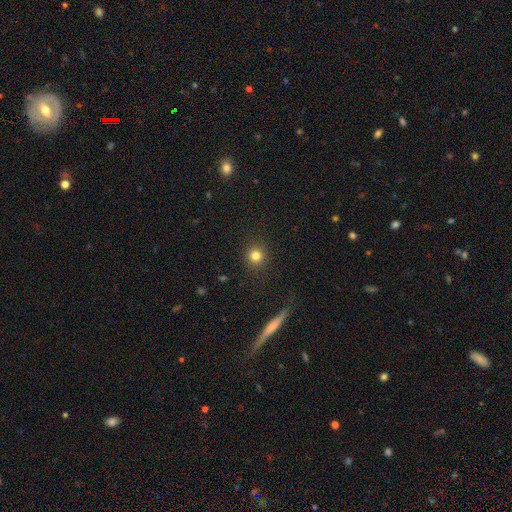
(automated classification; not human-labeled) Smooth or featured? Predicted: smooth (p=0.81). How rounded? Predicted: round (p=0.93). Merging? Predicted: none (p=0.91).